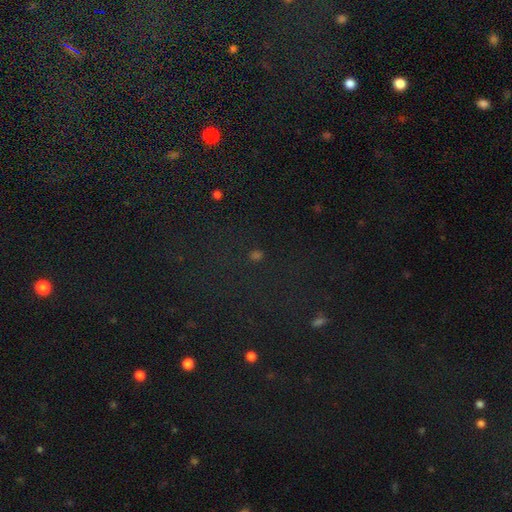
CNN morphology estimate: smooth_or_featured: star or artifact (p=0.59) [alt: smooth p=0.33]